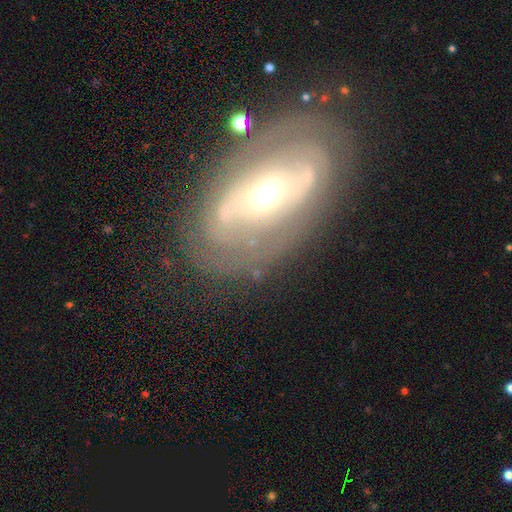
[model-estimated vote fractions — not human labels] Smooth or featured? featured or disk (77%)
Edge-on disk? no (93%)
Bar? no (47%)
Spiral arms? yes (72%)
Spiral winding? tight (56%)
Spiral arm count? 2 (51%)
Bulge size? moderate (56%)
Merging? none (77%)